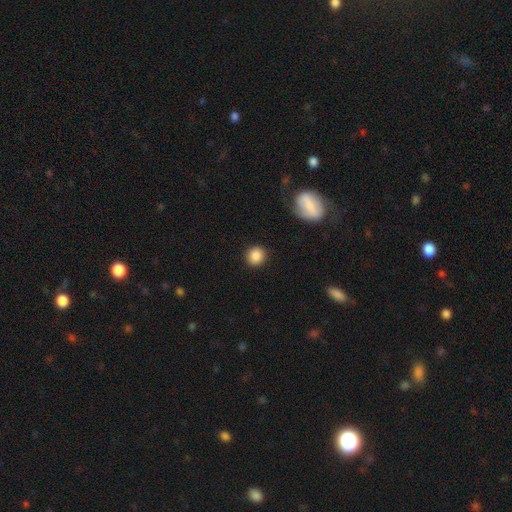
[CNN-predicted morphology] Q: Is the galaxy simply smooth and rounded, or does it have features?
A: smooth — 87%.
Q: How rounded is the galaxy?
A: round — 89%.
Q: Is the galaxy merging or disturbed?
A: none — 90%.